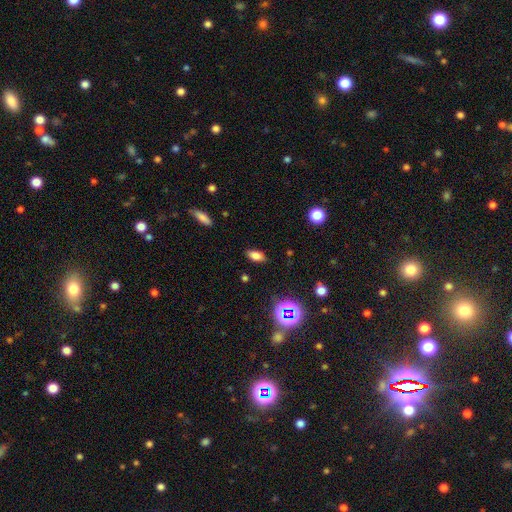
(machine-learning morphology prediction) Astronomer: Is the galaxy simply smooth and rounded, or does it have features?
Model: smooth — 76%.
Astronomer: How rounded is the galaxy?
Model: in between — 88%.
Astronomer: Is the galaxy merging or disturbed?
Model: none — 87%.